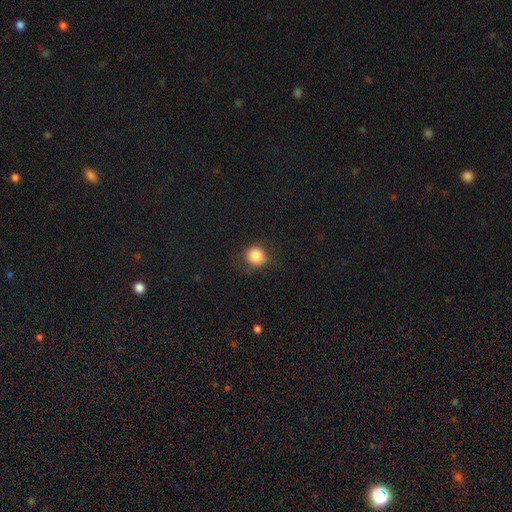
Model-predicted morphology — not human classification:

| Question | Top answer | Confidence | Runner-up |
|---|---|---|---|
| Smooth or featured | smooth | 84% | star or artifact (10%) |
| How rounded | round | 86% | in between (13%) |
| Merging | none | 77% | minor disturbance (17%) |